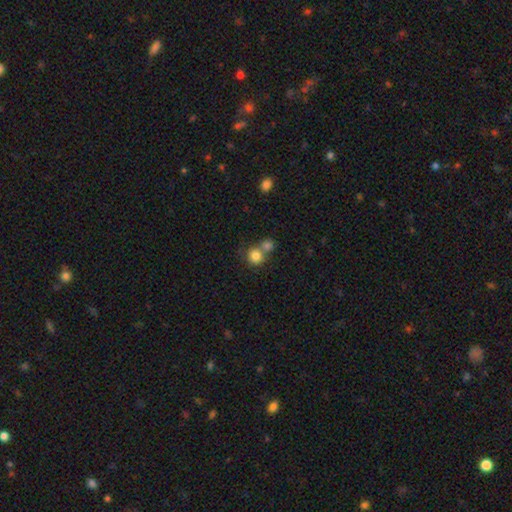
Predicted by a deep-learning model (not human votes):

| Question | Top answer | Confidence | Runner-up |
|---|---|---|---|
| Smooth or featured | smooth | 82% | star or artifact (10%) |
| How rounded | round | 88% | in between (11%) |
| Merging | none | 47% | merger (42%) |